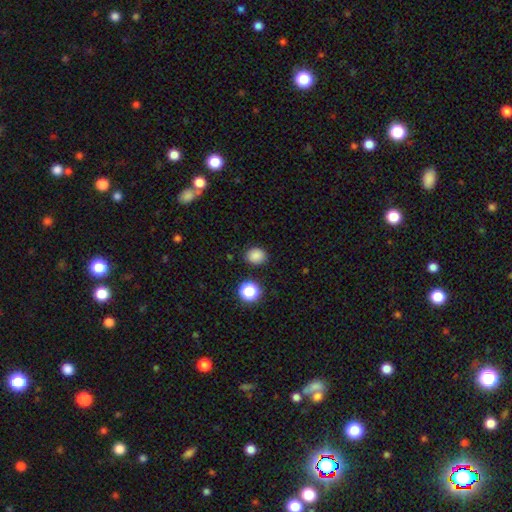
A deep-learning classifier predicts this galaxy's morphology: Smooth or featured? smooth (83%)
How rounded? round (69%)
Merging? none (85%)